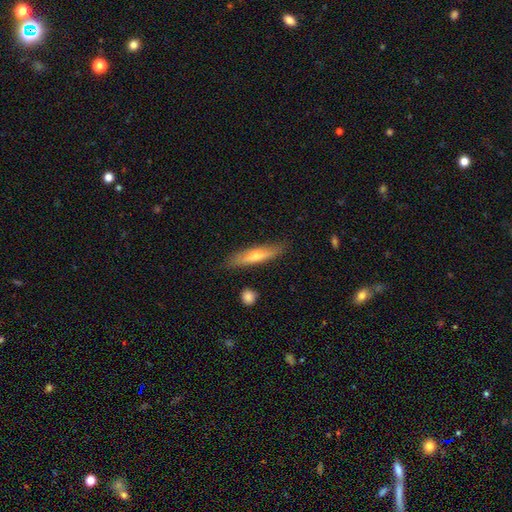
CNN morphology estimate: Smooth or featured: smooth — 50% (featured or disk — 43%)
How rounded: cigar-shaped — 85% (in between — 13%)
Merging: none — 84% (minor disturbance — 12%)